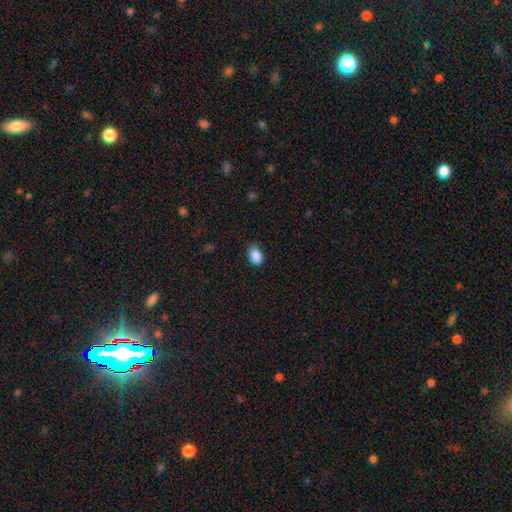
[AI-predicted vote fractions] smooth 88%, star or artifact 8%, featured or disk 4%. Down the decision tree: how rounded — in between (82%); merging — none (71%).